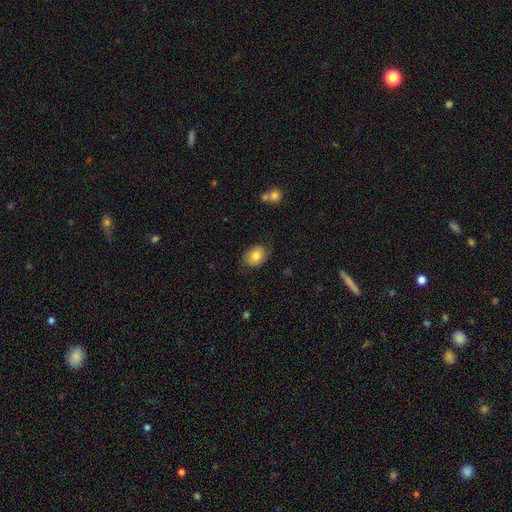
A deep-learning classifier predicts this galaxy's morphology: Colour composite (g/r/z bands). It shows a smooth galaxy with no disk features (81%) that is in between round and cigar-shaped (70%). Merging: none (81%).